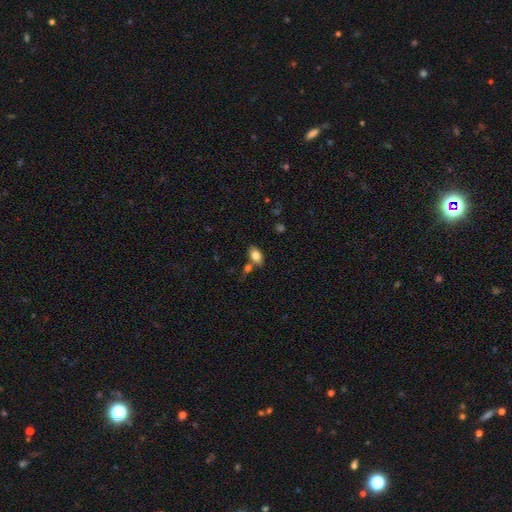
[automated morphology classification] Smooth or featured? Predicted: smooth (p=0.81). How rounded? Predicted: in between (p=0.89). Merging? Predicted: none (p=0.68).